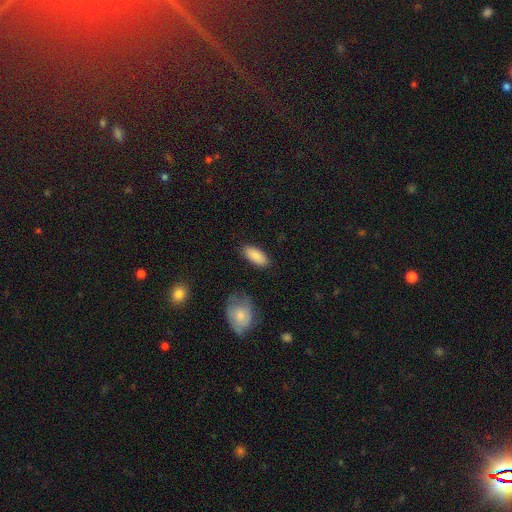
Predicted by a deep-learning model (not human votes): The model was most divided on "how rounded": in between: 86%, cigar-shaped: 12%, round: 2%. More confident: smooth or featured — smooth (88%); merging — none (85%).